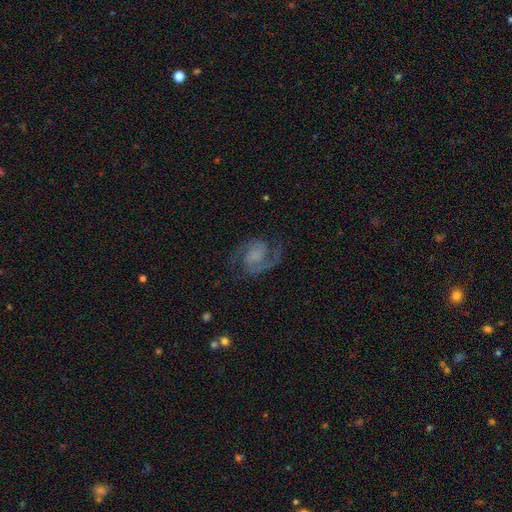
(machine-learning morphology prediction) smooth_or_featured: featured or disk (p=0.87) [alt: smooth p=0.07]
disk_edge_on: no (p=0.98) [alt: yes p=0.02]
bar: no (p=0.52) [alt: weak p=0.37]
has_spiral_arms: yes (p=0.97) [alt: no p=0.03]
spiral_winding: medium (p=0.58) [alt: tight p=0.22]
spiral_arm_count: 2 (p=0.92) [alt: can't tell p=0.02]
bulge_size: none (p=0.53) [alt: small p=0.21]
merging: none (p=0.76) [alt: minor disturbance p=0.14]